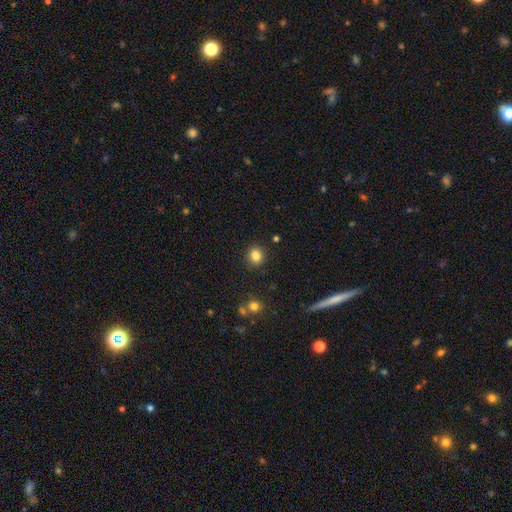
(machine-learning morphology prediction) smooth-or-featured: smooth: 83% | star or artifact: 12% | featured or disk: 5%
  how-rounded: round: 82% | in between: 17% | cigar-shaped: 1%
  merging: none: 89% | minor disturbance: 7% | major disturbance: 2% | merger: 2%